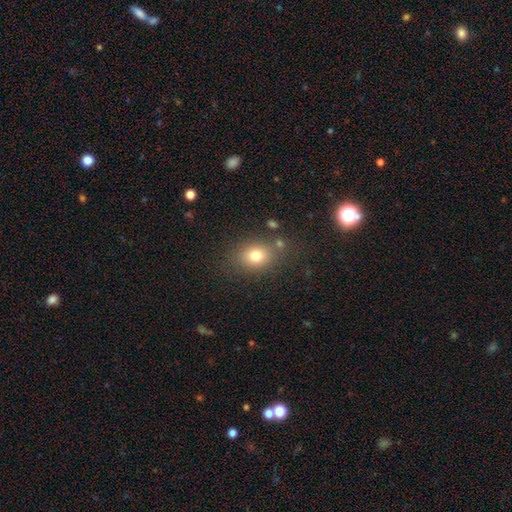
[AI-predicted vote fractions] This appears to be a smooth galaxy with no disk features (77%) that is in between round and cigar-shaped (50%). Merging: none (76%).